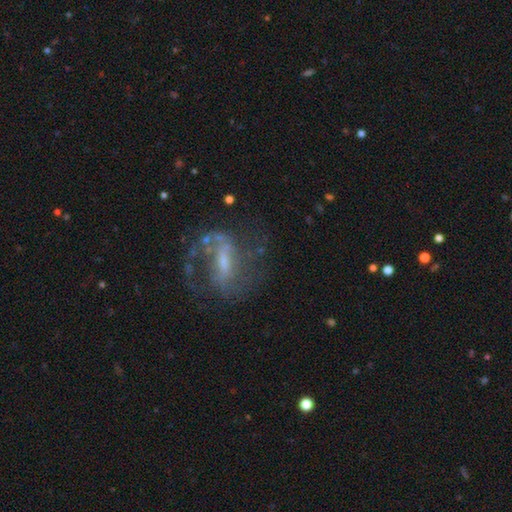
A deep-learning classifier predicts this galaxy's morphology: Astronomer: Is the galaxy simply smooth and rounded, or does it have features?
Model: featured or disk — 82%.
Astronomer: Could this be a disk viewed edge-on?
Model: no — 93%.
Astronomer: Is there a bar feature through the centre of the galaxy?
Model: strong — 49% (runner-up: weak, 38%).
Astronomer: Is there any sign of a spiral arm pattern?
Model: yes — 92%.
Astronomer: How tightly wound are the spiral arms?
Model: medium — 49% (runner-up: loose, 32%).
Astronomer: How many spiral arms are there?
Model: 2 — 80%.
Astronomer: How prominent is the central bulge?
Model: small — 56%.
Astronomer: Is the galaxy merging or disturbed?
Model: none — 68%.